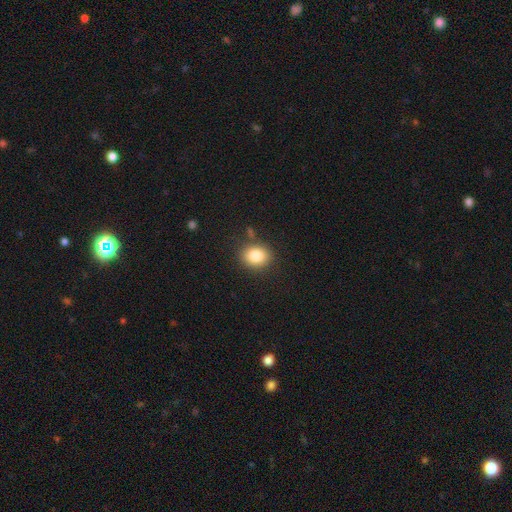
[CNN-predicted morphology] Q: Smooth or featured?
A: smooth (84%); runner-up: star or artifact (10%)
Q: How rounded?
A: round (56%); runner-up: in between (43%)
Q: Merging?
A: none (83%); runner-up: minor disturbance (10%)